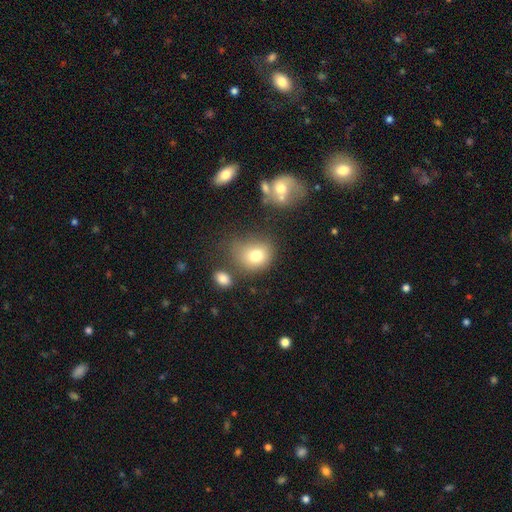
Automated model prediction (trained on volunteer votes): Smooth or featured?
  - smooth: 76% *
  - featured or disk: 12%
  - star or artifact: 12%
How rounded?
  - round: 57% *
  - in between: 42%
  - cigar-shaped: 1%
Merging?
  - none: 53% *
  - minor disturbance: 24%
  - major disturbance: 12%
  - merger: 10%